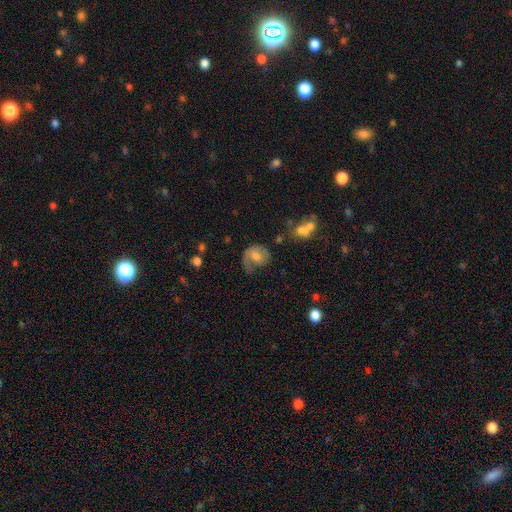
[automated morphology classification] type=featured or disk (54%); edge-on=no (97%); bar=no (65%); spiral arms=yes (77%); bulge=moderate (60%); merging=none (42%).